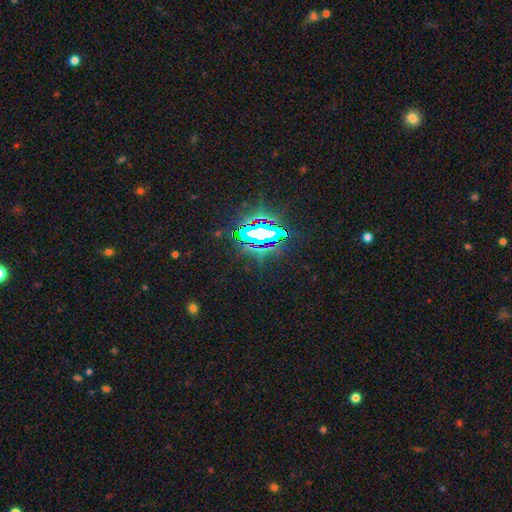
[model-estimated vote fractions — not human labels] Overall: star or artifact (79%).